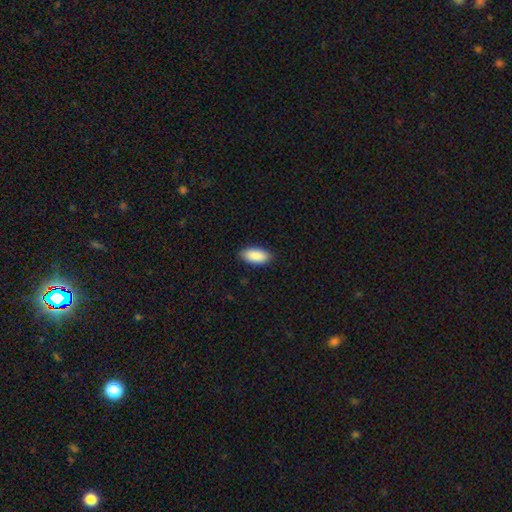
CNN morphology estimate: smooth_or_featured: smooth (p=0.91) [alt: star or artifact p=0.06]
how_rounded: in between (p=0.92) [alt: cigar-shaped p=0.06]
merging: none (p=0.88) [alt: minor disturbance p=0.09]